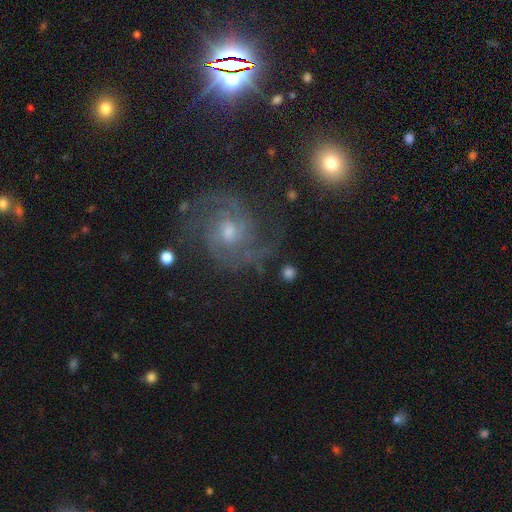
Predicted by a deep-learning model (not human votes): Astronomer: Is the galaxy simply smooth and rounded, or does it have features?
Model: featured or disk — 80%.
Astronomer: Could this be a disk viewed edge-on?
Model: no — 97%.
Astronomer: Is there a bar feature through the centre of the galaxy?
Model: no — 63%.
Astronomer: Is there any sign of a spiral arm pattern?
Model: yes — 97%.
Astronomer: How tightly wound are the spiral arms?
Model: tight — 45%, tied with medium at 45%.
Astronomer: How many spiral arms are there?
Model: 2 — 58%.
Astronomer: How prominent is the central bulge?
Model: moderate — 49% (runner-up: small, 45%).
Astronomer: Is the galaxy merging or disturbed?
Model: none — 76%.